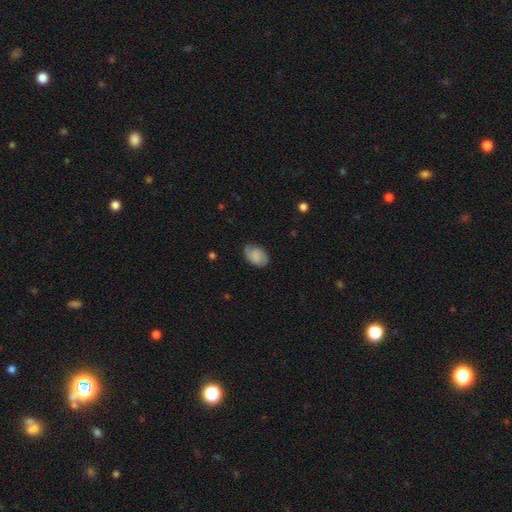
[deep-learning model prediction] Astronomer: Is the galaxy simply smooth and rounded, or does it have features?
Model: smooth — 53% (runner-up: featured or disk, 38%).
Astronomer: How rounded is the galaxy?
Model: in between — 82%.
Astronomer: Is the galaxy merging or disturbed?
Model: none — 68%.